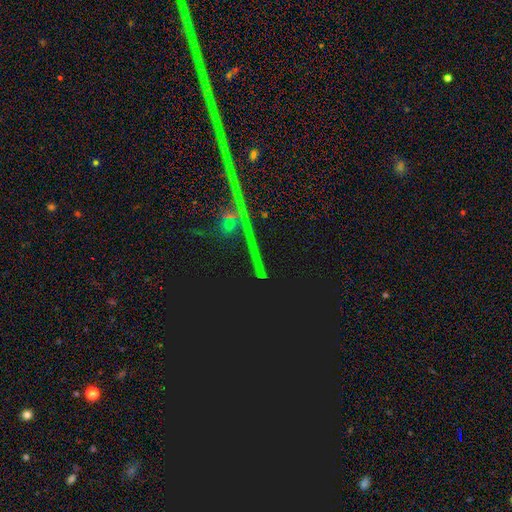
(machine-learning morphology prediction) A star or artifact, not a galaxy (80%).

Vote fractions:
- Smooth or featured? star or artifact: 80% / featured or disk: 11% / smooth: 9%